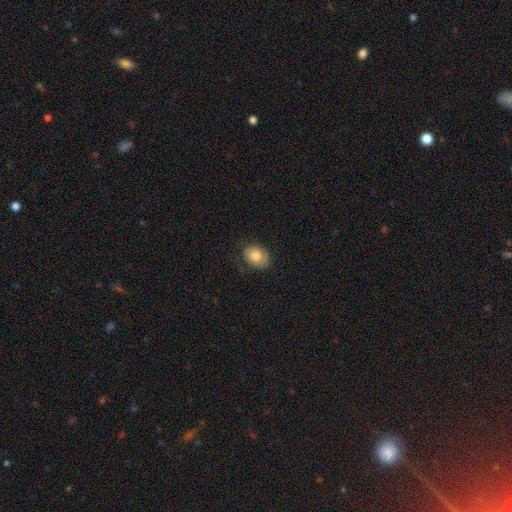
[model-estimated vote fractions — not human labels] smooth-or-featured: smooth: 74% | featured or disk: 18% | star or artifact: 7%
  how-rounded: in between: 68% | round: 31% | cigar-shaped: 1%
  merging: none: 67% | minor disturbance: 24% | major disturbance: 9% | merger: 1%